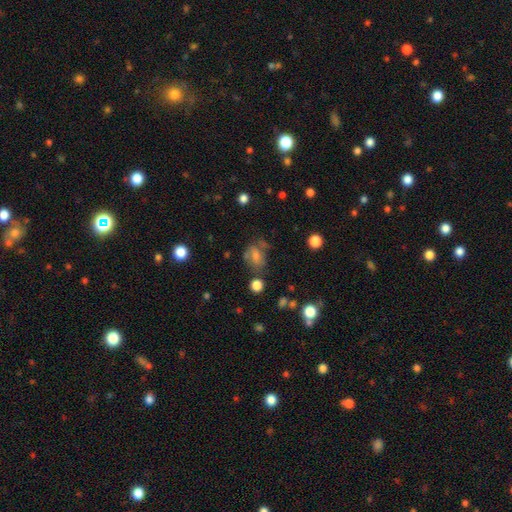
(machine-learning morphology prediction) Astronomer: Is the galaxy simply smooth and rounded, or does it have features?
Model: smooth — 49% (runner-up: featured or disk, 28%).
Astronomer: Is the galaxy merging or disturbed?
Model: none — 54%.